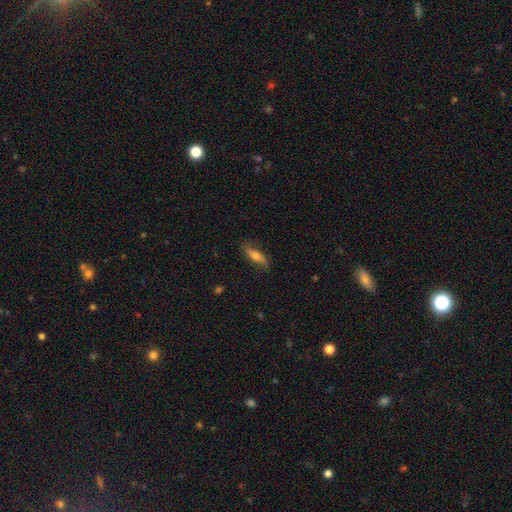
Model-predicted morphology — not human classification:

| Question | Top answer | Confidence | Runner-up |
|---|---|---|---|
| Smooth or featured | smooth | 55% | featured or disk (38%) |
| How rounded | cigar-shaped | 59% | in between (38%) |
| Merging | none | 78% | minor disturbance (17%) |